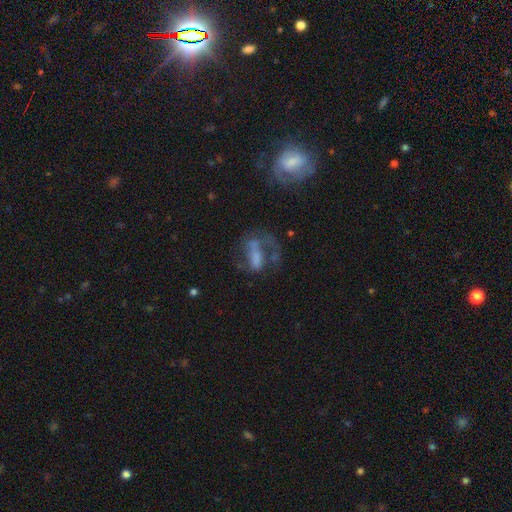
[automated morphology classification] The model was most divided on "merging": major disturbance: 45%, none: 30%, minor disturbance: 16%, merger: 9%. Remaining: edge-on disk — no (95%); spiral arms — yes (58%); smooth or featured — featured or disk (57%); bulge size — none (52%); bar — no (46%).